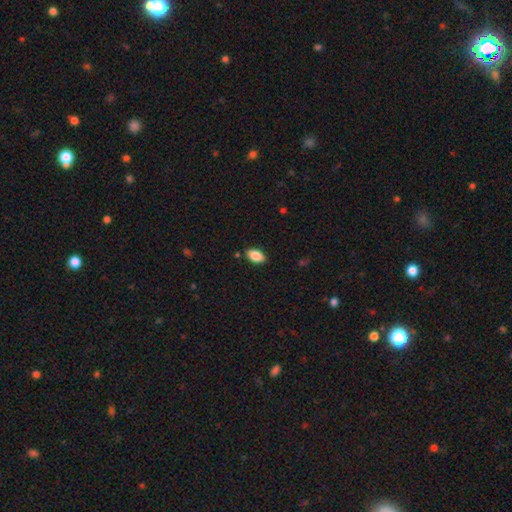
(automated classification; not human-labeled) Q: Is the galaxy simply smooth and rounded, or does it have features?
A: smooth — 86%.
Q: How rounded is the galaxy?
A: in between — 93%.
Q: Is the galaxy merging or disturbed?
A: none — 86%.